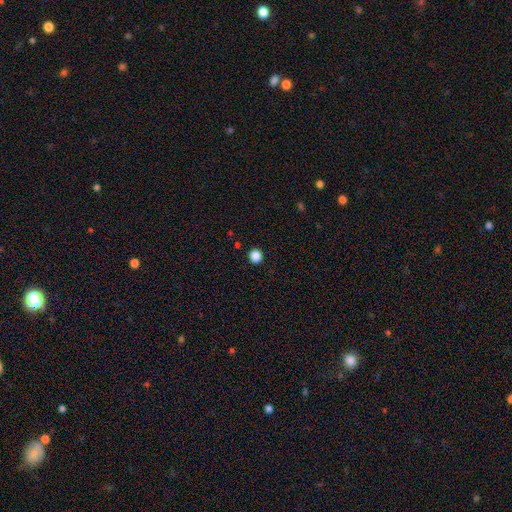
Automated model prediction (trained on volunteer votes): Smooth or featured? Predicted: smooth (p=0.86). How rounded? Predicted: round (p=0.87). Merging? Predicted: none (p=0.92).